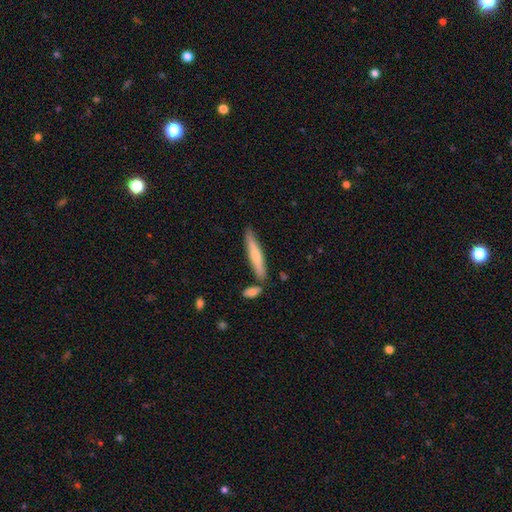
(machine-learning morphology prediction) The model was most divided on "smooth or featured": smooth: 58%, featured or disk: 37%, star or artifact: 6%. More confident: how rounded — cigar-shaped (91%); merging — none (79%).